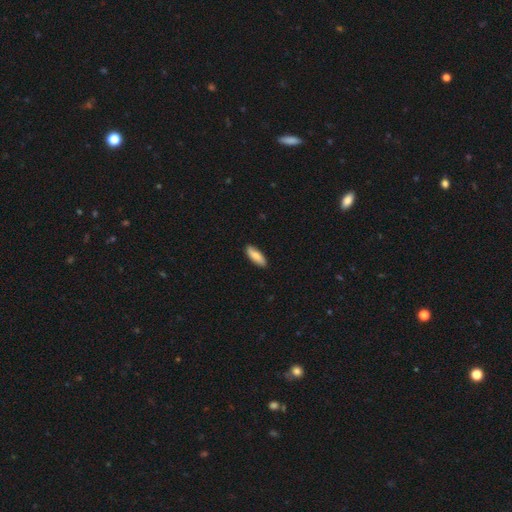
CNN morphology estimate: This appears to be a smooth galaxy with no disk features (83%) that is in between round and cigar-shaped (60%). Merging: none (89%).